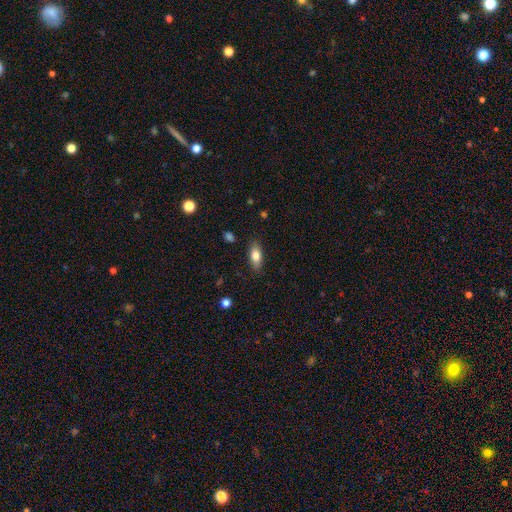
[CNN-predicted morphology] This appears to be a smooth galaxy with no disk features (77%) that is in between round and cigar-shaped (80%). Merging: none (84%).